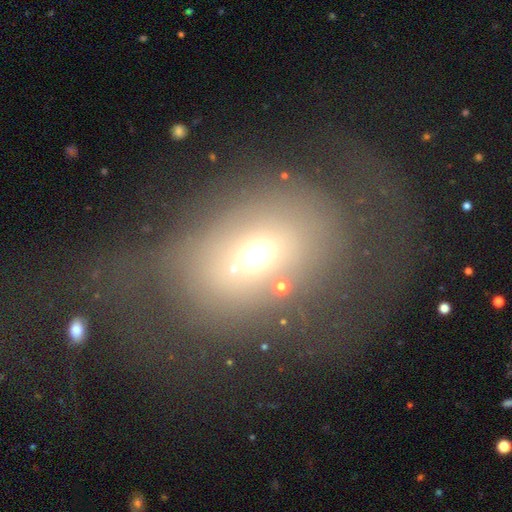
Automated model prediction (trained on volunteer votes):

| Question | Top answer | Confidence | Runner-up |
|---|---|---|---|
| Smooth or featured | smooth | 53% | featured or disk (31%) |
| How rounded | in between | 52% | round (47%) |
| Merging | major disturbance | 44% | none (34%) |